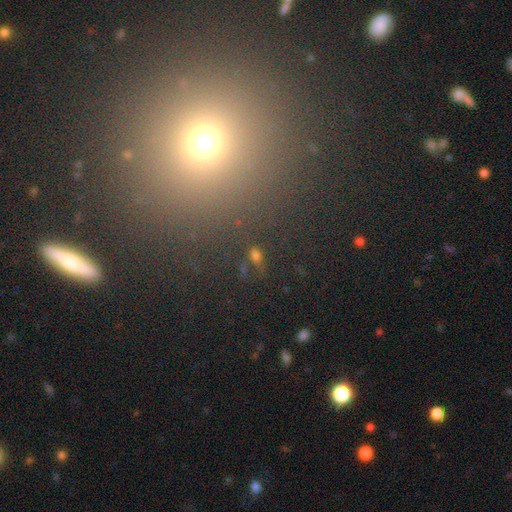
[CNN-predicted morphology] Smooth or featured: smooth — 54% (star or artifact — 31%)
How rounded: in between — 74% (round — 18%)
Merging: none — 63% (minor disturbance — 16%)